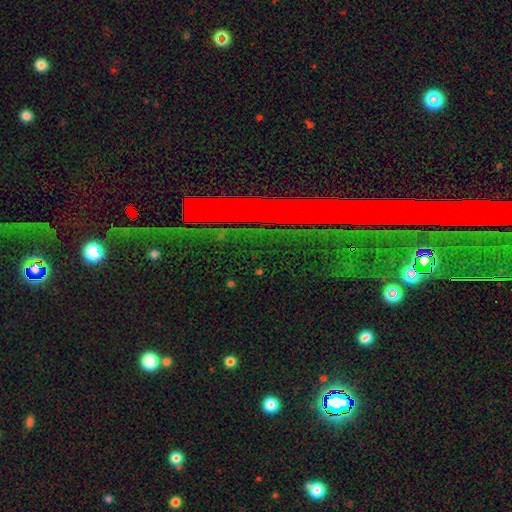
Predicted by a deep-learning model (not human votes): Morphology: type=star or artifact (76%).